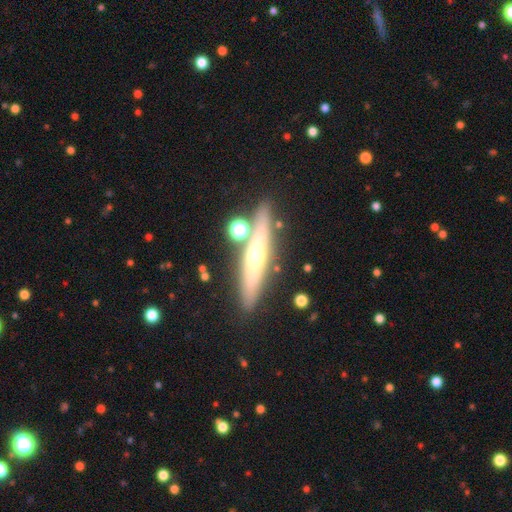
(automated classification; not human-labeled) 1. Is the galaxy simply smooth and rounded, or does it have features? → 57% featured or disk, 34% smooth, 9% star or artifact.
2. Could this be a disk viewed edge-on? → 89% yes, 11% no.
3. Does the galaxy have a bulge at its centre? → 84% rounded, 12% none, 4% boxy.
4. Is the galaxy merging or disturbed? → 79% none, 10% minor disturbance, 8% merger, 3% major disturbance.